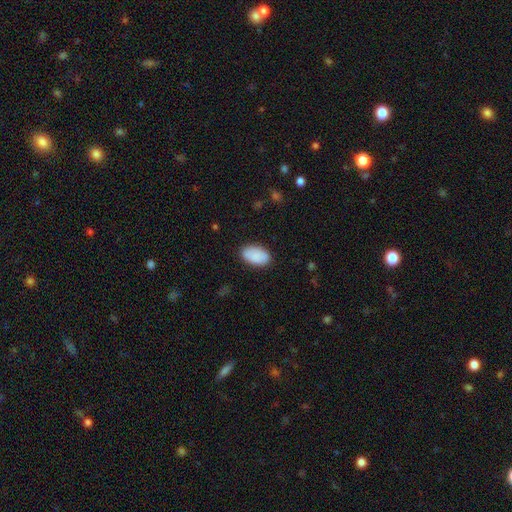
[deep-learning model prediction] Smooth or featured? smooth (88%)
How rounded? in between (94%)
Merging? none (85%)